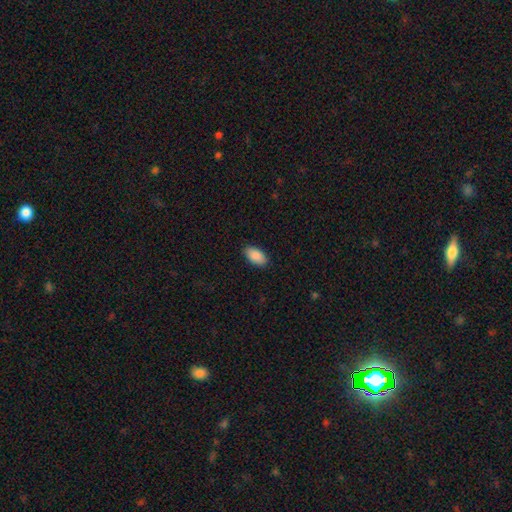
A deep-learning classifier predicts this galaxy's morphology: Smooth or featured? Predicted: smooth (p=0.90). How rounded? Predicted: in between (p=0.94). Merging? Predicted: none (p=0.88).